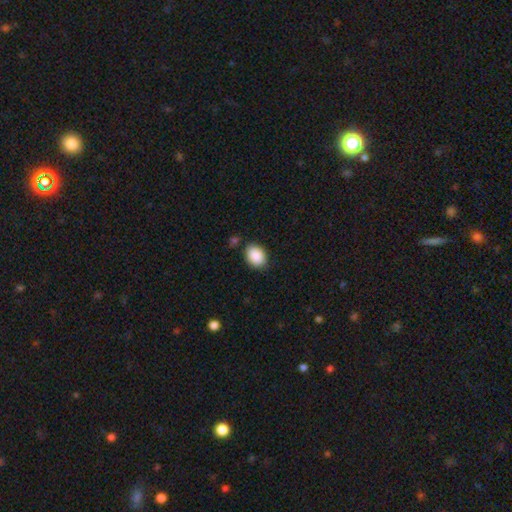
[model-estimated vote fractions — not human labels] Overall: smooth (90%). How rounded: in between (70%). Merging: none (82%).